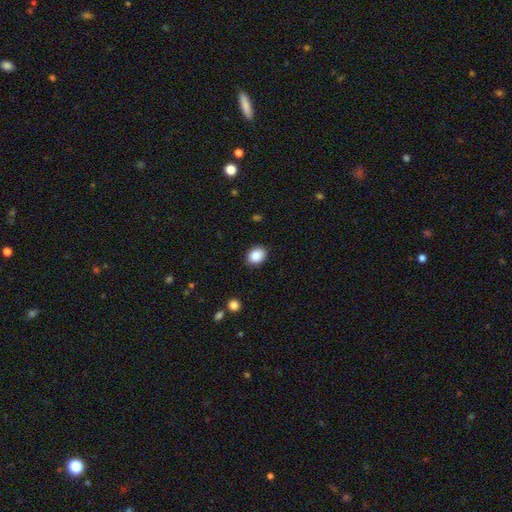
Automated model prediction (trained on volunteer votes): Morphology: type=smooth (86%); roundness=in between (50%); merging=none (89%).